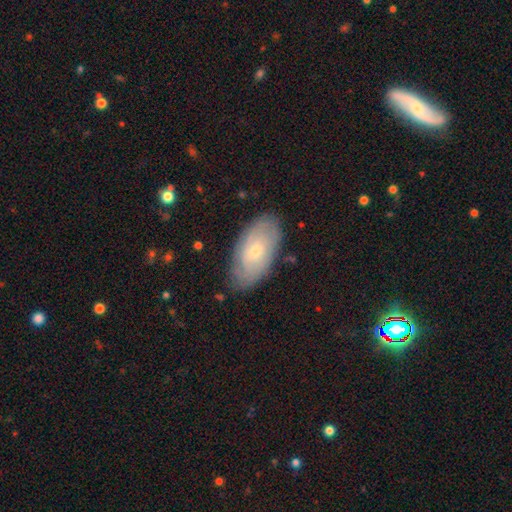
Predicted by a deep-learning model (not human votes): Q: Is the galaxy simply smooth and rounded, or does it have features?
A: featured or disk — 44%.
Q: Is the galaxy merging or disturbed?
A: none — 83%.